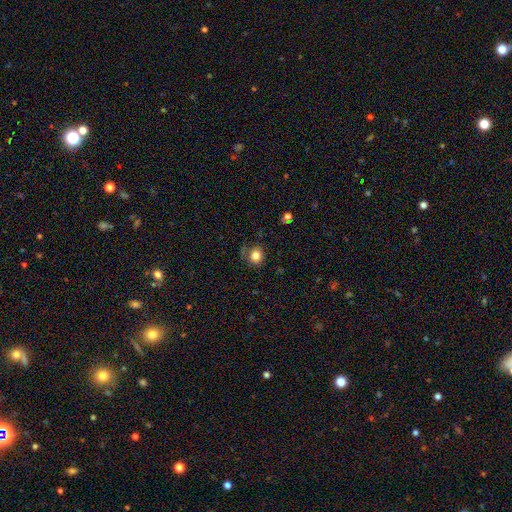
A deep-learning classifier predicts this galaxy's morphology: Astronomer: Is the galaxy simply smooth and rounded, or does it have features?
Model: smooth — 81%.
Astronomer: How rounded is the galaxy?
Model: round — 81%.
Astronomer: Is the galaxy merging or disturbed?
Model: none — 74%.